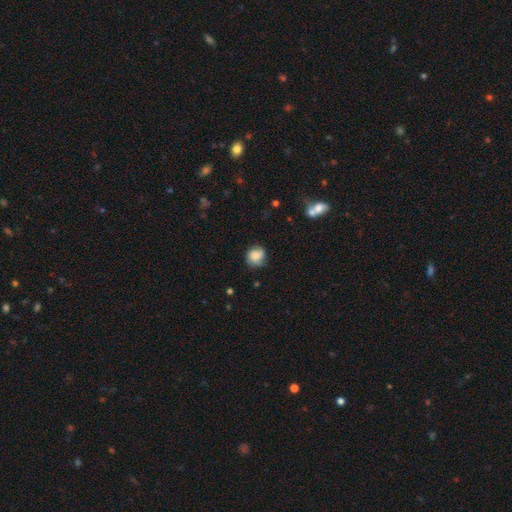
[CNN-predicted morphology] The model was most divided on "merging": none: 66%, minor disturbance: 24%, major disturbance: 8%, merger: 2%. More confident: how rounded — round (76%); smooth or featured — smooth (67%).